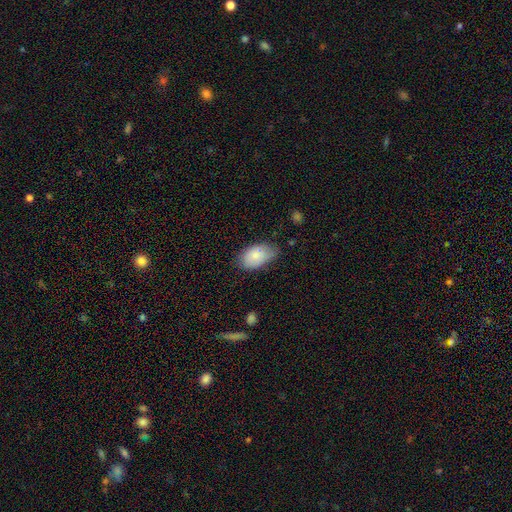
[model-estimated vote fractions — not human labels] Smooth or featured? Predicted: smooth (p=0.78). How rounded? Predicted: in between (p=0.92). Merging? Predicted: none (p=0.58).